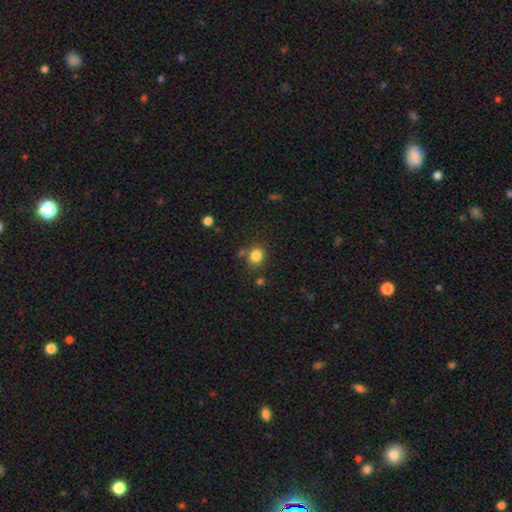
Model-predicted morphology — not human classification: smooth_or_featured: smooth (p=0.83) [alt: star or artifact p=0.12]
how_rounded: round (p=0.74) [alt: in between p=0.25]
merging: none (p=0.77) [alt: minor disturbance p=0.12]